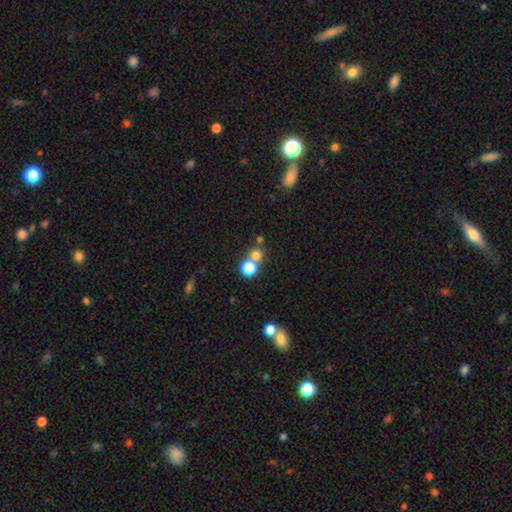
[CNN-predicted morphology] smooth 72%, star or artifact 19%, featured or disk 9%. Down the decision tree: how rounded — round (89%); merging — none (55%).